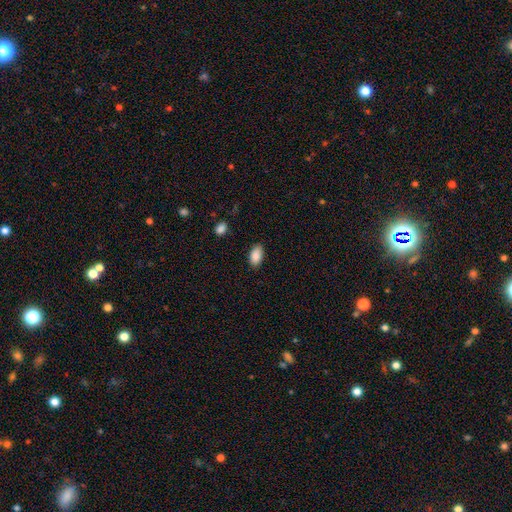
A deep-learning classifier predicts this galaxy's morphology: smooth_or_featured: smooth (p=0.89) [alt: star or artifact p=0.07]
how_rounded: in between (p=0.93) [alt: round p=0.05]
merging: none (p=0.84) [alt: minor disturbance p=0.12]